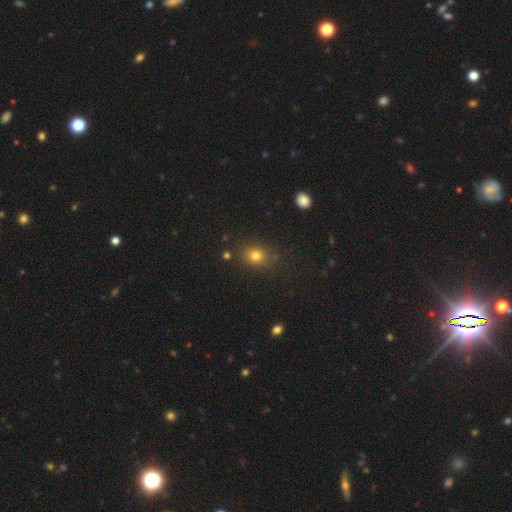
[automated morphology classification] type=smooth (78%); roundness=round (59%); merging=none (81%).